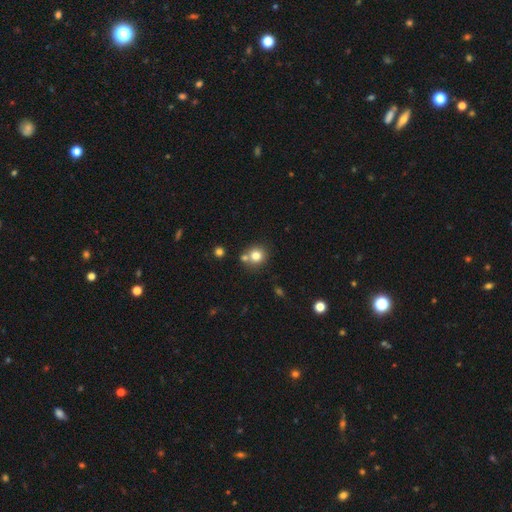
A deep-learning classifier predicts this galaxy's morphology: Smooth or featured? smooth (79%)
How rounded? round (89%)
Merging? none (64%)